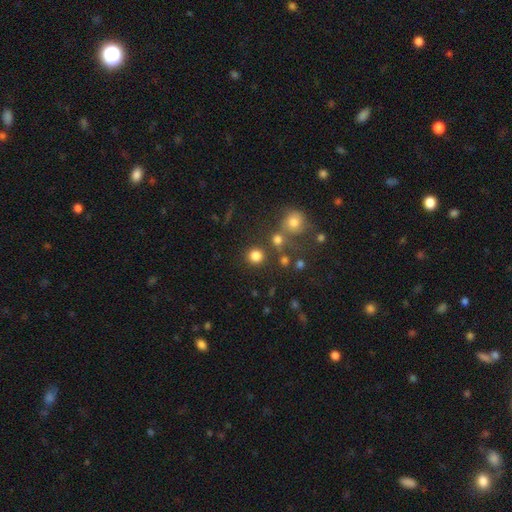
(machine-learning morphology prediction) smooth-or-featured: smooth: 81% | star or artifact: 13% | featured or disk: 6%
  how-rounded: round: 91% | in between: 8% | cigar-shaped: 1%
  merging: none: 78% | merger: 10% | minor disturbance: 8% | major disturbance: 4%